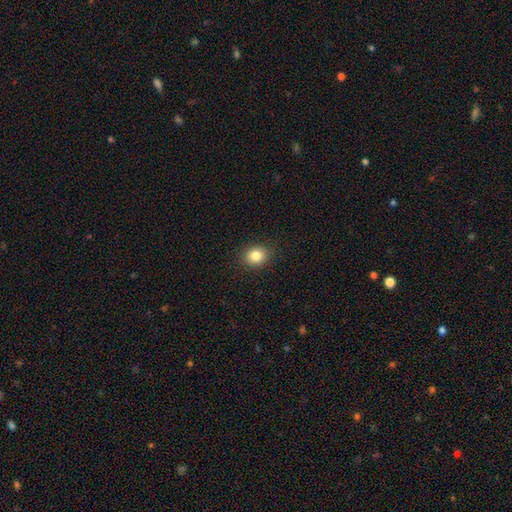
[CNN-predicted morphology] Q: Smooth or featured?
A: smooth (84%); runner-up: star or artifact (10%)
Q: How rounded?
A: round (66%); runner-up: in between (33%)
Q: Merging?
A: none (90%); runner-up: minor disturbance (7%)